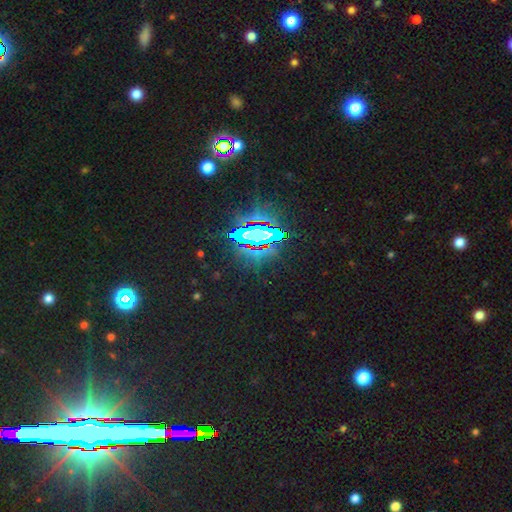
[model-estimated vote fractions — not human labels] The model was most divided on "smooth or featured": star or artifact: 81%, smooth: 10%, featured or disk: 9%.